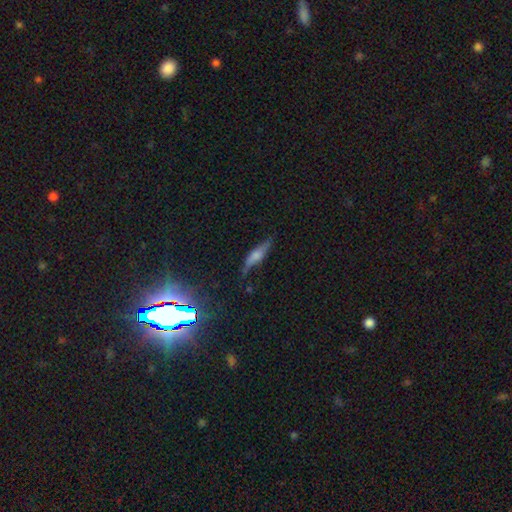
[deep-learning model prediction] Smooth or featured? Predicted: featured or disk (p=0.56). Edge-on disk? Predicted: yes (p=0.78). Merging? Predicted: none (p=0.69).